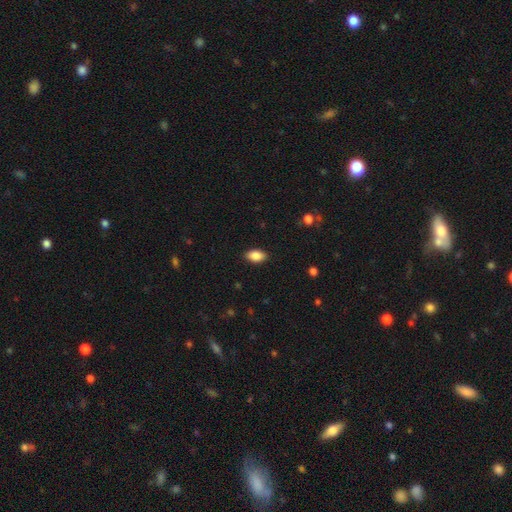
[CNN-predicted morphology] Smooth or featured? smooth (87%)
How rounded? in between (92%)
Merging? none (88%)